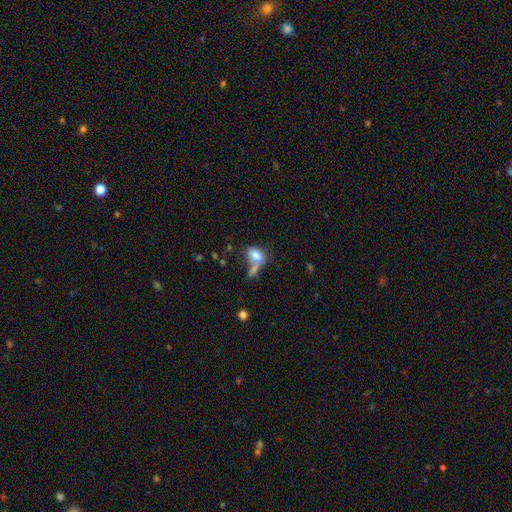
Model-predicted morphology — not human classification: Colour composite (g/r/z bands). It shows a smooth galaxy with no disk features (76%) that is in between round and cigar-shaped (81%). Merging: merger (39%).